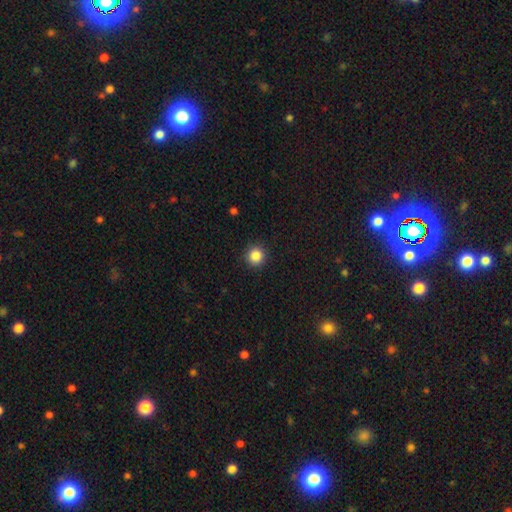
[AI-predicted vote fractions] A smooth galaxy with no disk features (85%) that is round (94%).

Vote fractions:
- Smooth or featured? smooth: 85% / star or artifact: 11% / featured or disk: 4%
- How rounded? round: 94% / in between: 5% / cigar-shaped: 1%
- Merging? none: 92% / minor disturbance: 5% / major disturbance: 2% / merger: 1%